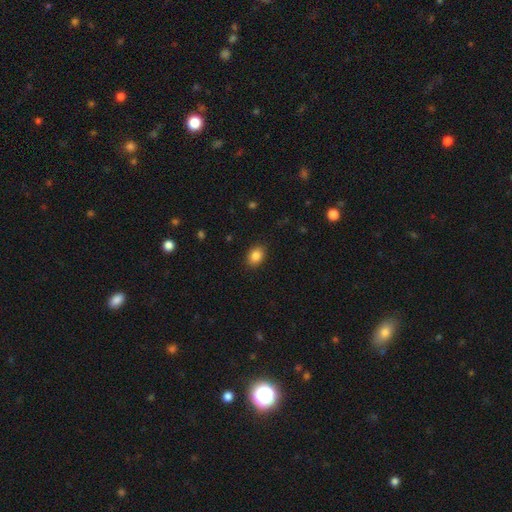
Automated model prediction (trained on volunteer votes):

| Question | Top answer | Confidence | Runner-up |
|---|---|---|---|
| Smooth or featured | smooth | 86% | star or artifact (9%) |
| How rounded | in between | 70% | round (29%) |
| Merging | none | 89% | minor disturbance (8%) |